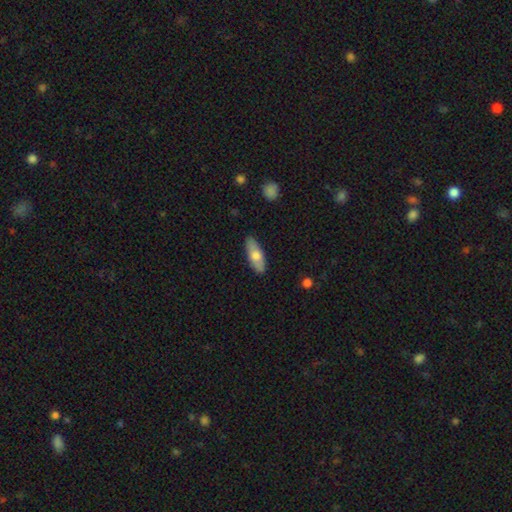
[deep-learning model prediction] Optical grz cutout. It shows a smooth galaxy with no disk features (66%) that is in between round and cigar-shaped (69%). Merging: none (85%).